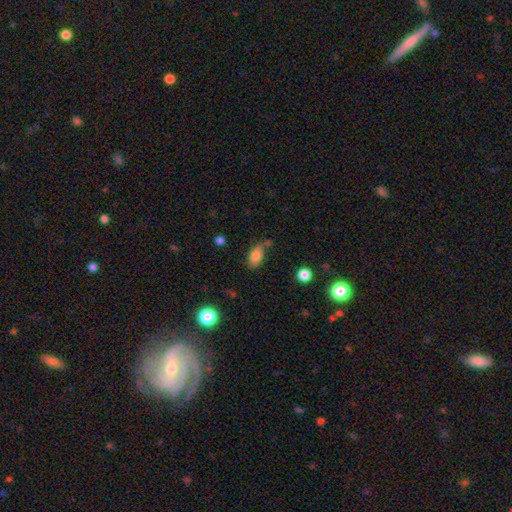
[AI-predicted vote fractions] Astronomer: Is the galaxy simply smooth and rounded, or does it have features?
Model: smooth — 81%.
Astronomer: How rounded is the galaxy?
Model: in between — 90%.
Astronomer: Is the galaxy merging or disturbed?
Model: none — 66%.